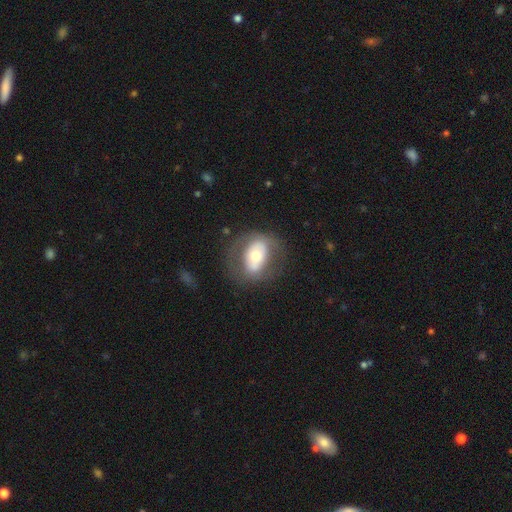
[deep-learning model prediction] Smooth or featured? Predicted: featured or disk (p=0.50). Edge-on disk? Predicted: no (p=0.92). Merging? Predicted: none (p=0.65).